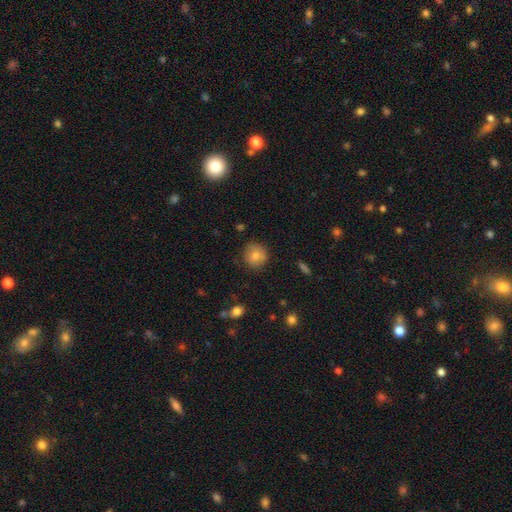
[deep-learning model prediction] A smooth galaxy with no disk features (76%) that is round (90%).

Vote fractions:
- Smooth or featured? smooth: 76% / featured or disk: 14% / star or artifact: 10%
- How rounded? round: 90% / in between: 9% / cigar-shaped: 1%
- Merging? none: 82% / minor disturbance: 12% / major disturbance: 3% / merger: 3%